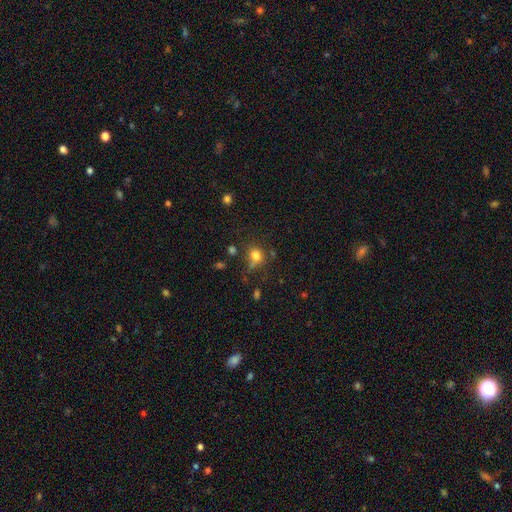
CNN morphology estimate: This appears to be a smooth galaxy with no disk features (77%) that is round (78%). Merging: none (60%).